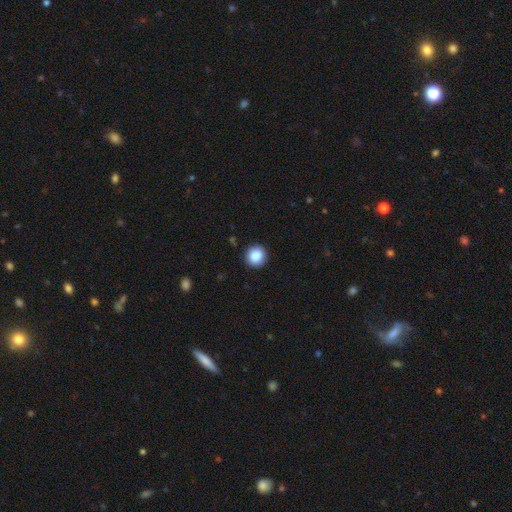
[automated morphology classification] A smooth galaxy with no disk features (85%) that is round (92%).

Vote fractions:
- Smooth or featured? smooth: 85% / star or artifact: 9% / featured or disk: 6%
- How rounded? round: 92% / in between: 7% / cigar-shaped: 1%
- Merging? none: 91% / minor disturbance: 6% / major disturbance: 2% / merger: 1%